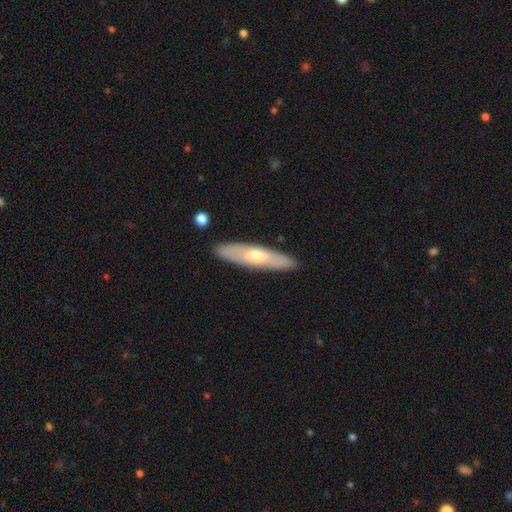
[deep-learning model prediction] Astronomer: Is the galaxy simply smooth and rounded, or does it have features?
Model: featured or disk — 50% (runner-up: smooth, 44%).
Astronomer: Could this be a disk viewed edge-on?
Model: yes — 65%.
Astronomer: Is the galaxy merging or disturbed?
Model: none — 89%.